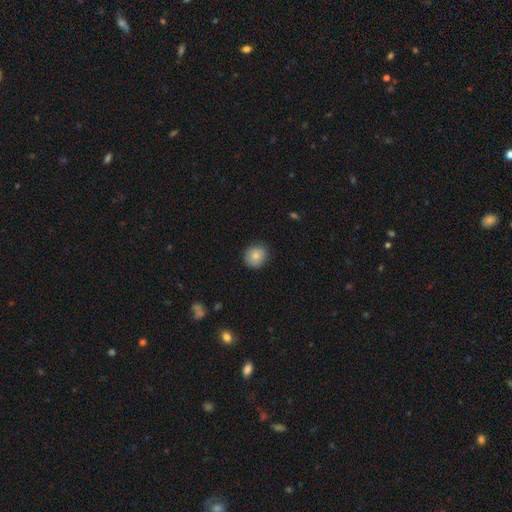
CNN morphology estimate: smooth-or-featured: smooth: 80% | featured or disk: 11% | star or artifact: 9%
  how-rounded: round: 83% | in between: 16% | cigar-shaped: 1%
  merging: none: 85% | minor disturbance: 12% | major disturbance: 2% | merger: 1%